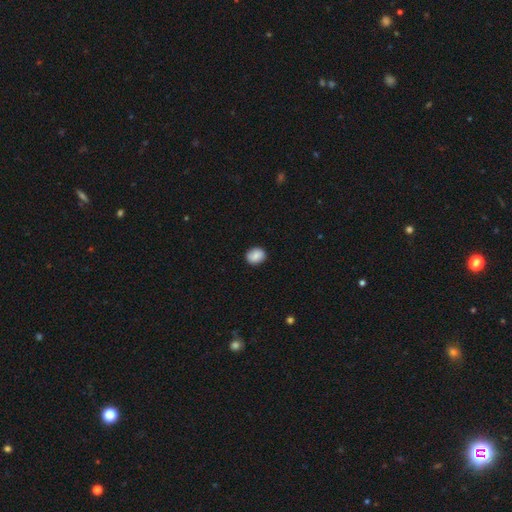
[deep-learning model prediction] This is clearly a smooth galaxy (85%). How rounded: possibly round (57%). Merging: clearly none (88%).